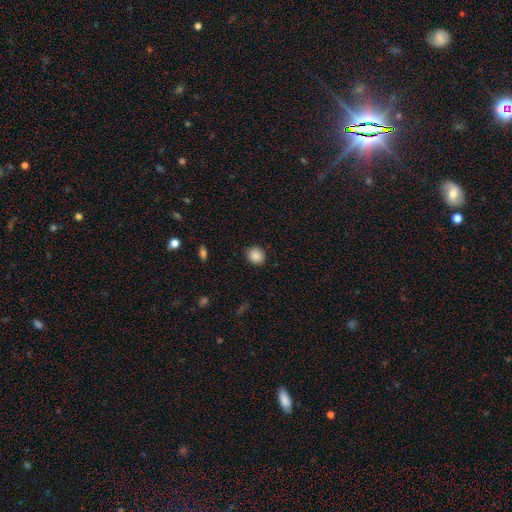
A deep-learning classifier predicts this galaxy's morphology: This is clearly a smooth galaxy (87%). How rounded: likely round (72%). Merging: clearly none (88%).